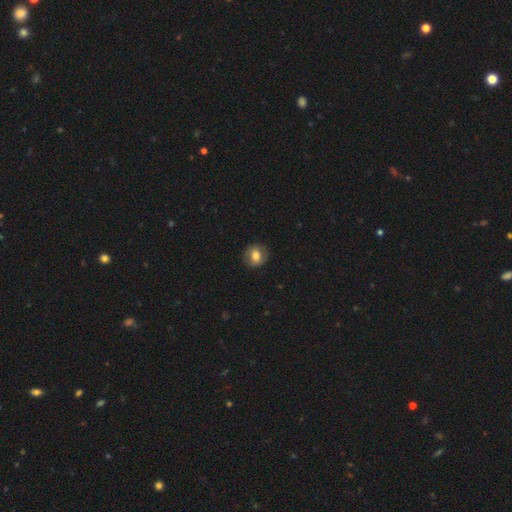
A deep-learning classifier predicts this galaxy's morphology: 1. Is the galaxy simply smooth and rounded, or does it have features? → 74% smooth, 16% featured or disk, 9% star or artifact.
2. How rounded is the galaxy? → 77% round, 22% in between, 1% cigar-shaped.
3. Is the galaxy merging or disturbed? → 86% none, 10% minor disturbance, 3% major disturbance, 1% merger.